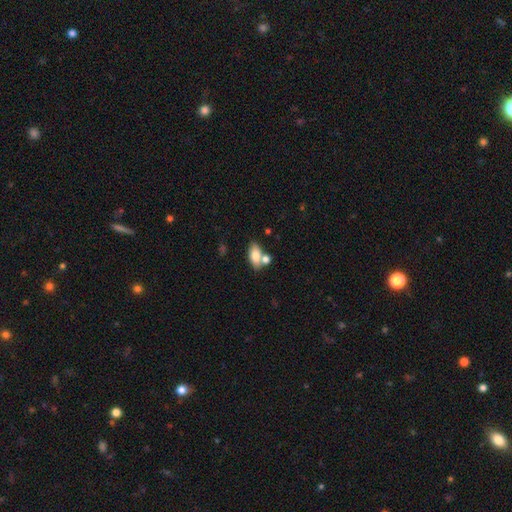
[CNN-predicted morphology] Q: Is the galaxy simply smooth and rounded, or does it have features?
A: smooth — 78%.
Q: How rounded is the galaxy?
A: in between — 88%.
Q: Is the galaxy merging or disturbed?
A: none — 52%.